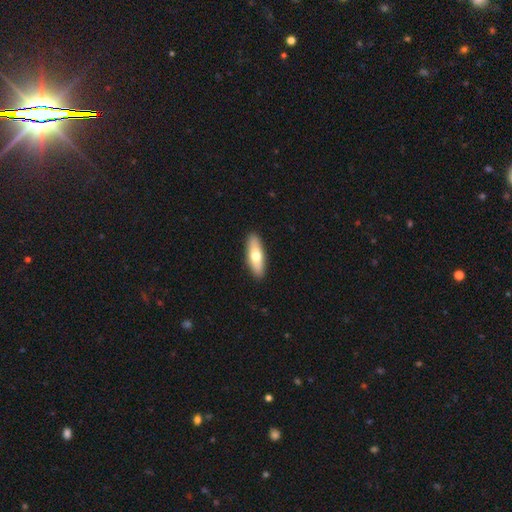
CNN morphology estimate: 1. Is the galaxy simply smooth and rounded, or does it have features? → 65% smooth, 30% featured or disk, 5% star or artifact.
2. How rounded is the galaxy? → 54% in between, 44% cigar-shaped, 3% round.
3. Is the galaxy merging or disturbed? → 91% none, 6% minor disturbance, 1% major disturbance, 1% merger.